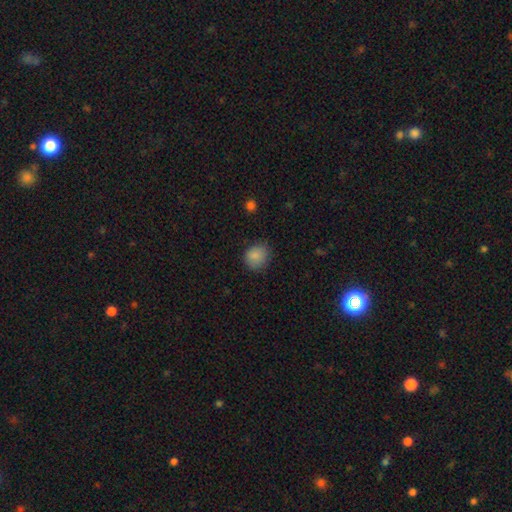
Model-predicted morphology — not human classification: A smooth galaxy with no disk features (86%) that is round (70%).

Vote fractions:
- Smooth or featured? smooth: 86% / star or artifact: 9% / featured or disk: 5%
- How rounded? round: 70% / in between: 30% / cigar-shaped: 1%
- Merging? none: 75% / minor disturbance: 20% / major disturbance: 4% / merger: 1%